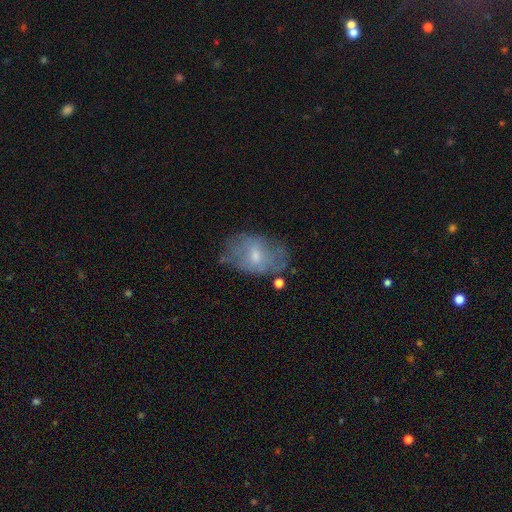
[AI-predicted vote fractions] Smooth or featured? Predicted: smooth (p=0.46). Merging? Predicted: none (p=0.53).